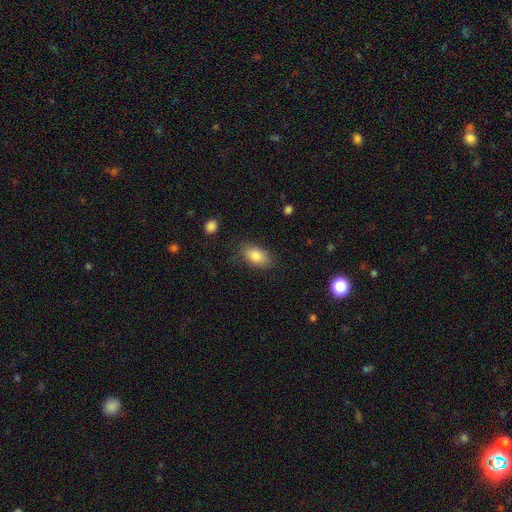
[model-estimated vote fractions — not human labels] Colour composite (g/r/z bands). It shows a smooth galaxy with no disk features (83%) that is in between round and cigar-shaped (91%). Merging: none (80%).